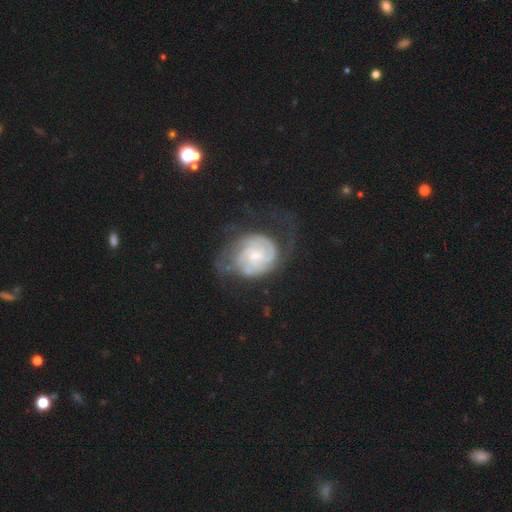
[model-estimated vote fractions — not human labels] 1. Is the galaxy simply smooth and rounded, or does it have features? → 85% featured or disk, 10% smooth, 5% star or artifact.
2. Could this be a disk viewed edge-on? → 98% no, 2% yes.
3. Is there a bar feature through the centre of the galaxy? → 56% no, 38% weak, 6% strong.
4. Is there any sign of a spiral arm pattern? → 95% yes, 5% no.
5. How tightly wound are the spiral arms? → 61% tight, 30% medium, 9% loose.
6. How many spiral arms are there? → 35% 2, 30% can't tell, 18% 3, 7% 4, 5% 1, 5% more than 4.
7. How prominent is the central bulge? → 57% small, 32% moderate, 7% none, 3% large, 1% dominant.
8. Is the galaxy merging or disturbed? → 48% none, 27% major disturbance, 23% minor disturbance, 2% merger.